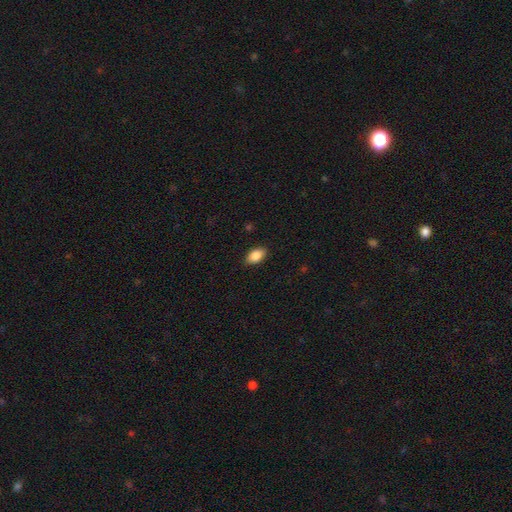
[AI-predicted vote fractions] The model was most divided on "smooth or featured": smooth: 86%, star or artifact: 7%, featured or disk: 6%. More confident: how rounded — in between (92%); merging — none (89%).